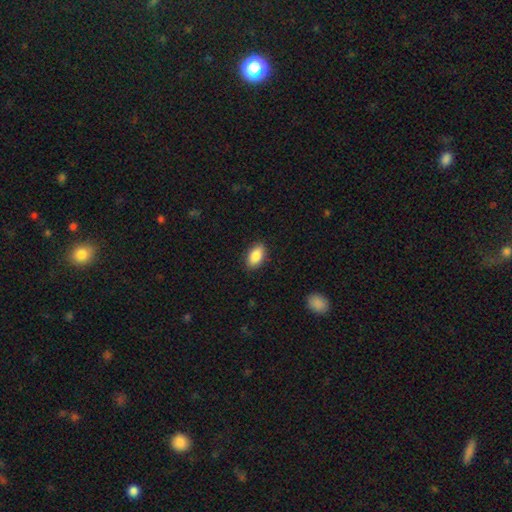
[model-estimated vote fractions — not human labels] Smooth or featured: smooth — 87% (star or artifact — 7%)
How rounded: in between — 92% (round — 5%)
Merging: none — 88% (minor disturbance — 9%)